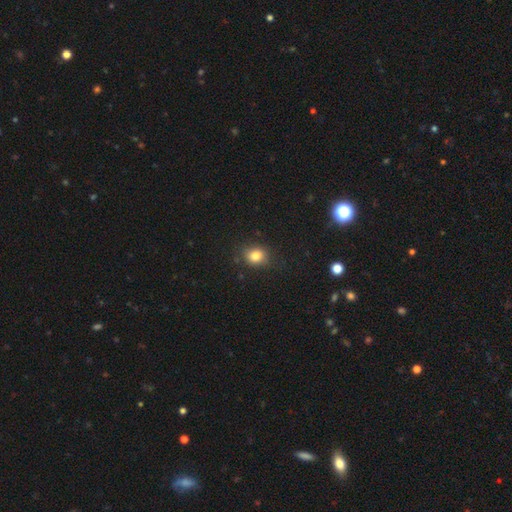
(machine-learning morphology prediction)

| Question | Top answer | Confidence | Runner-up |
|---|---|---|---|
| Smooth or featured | smooth | 81% | star or artifact (12%) |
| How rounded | round | 61% | in between (38%) |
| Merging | none | 81% | minor disturbance (14%) |